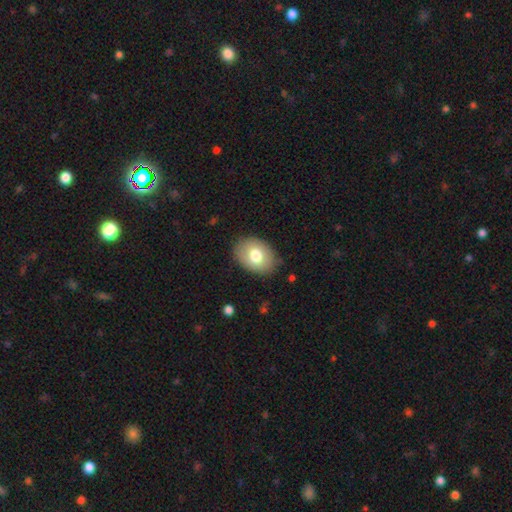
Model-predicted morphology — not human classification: Overall: smooth (75%). How rounded: in between (78%). Merging: none (83%).